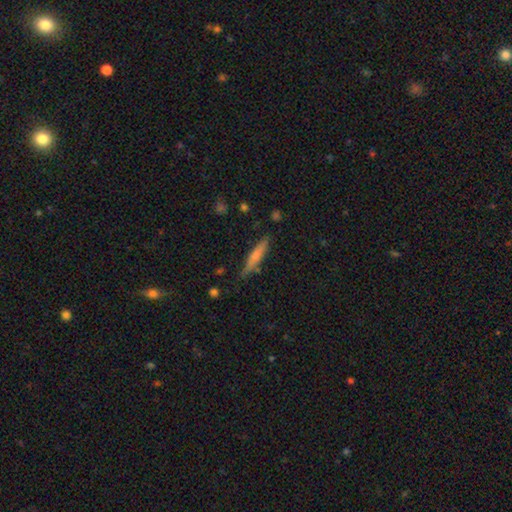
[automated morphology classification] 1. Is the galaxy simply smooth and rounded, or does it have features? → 64% smooth, 30% featured or disk, 6% star or artifact.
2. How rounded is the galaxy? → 89% cigar-shaped, 9% in between, 2% round.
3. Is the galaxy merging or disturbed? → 81% none, 14% minor disturbance, 3% merger, 3% major disturbance.